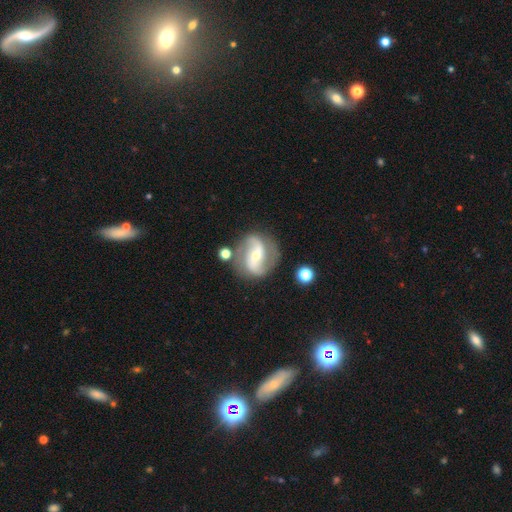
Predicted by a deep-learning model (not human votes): Morphology: type=featured or disk (86%); edge-on=no (97%); bar=strong (44%); spiral arms=yes (95%); winding=medium (44%); arm count=2 (92%); bulge=small (58%); merging=none (77%).